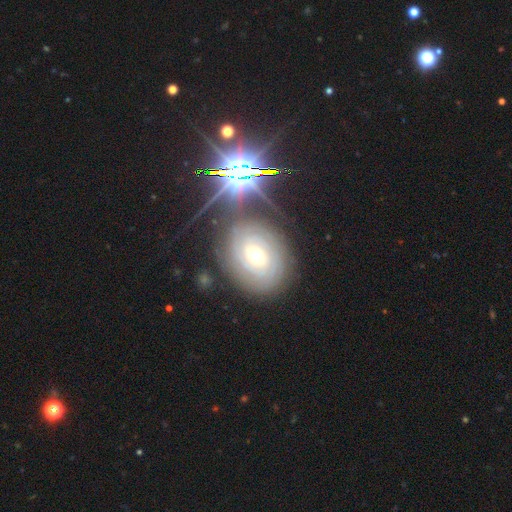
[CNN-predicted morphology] The model was most divided on "smooth or featured": featured or disk: 61%, star or artifact: 20%, smooth: 19%. More confident: edge-on disk — no (94%); merging — none (79%); spiral arms — yes (77%); bulge size — moderate (70%); bar — no (69%).